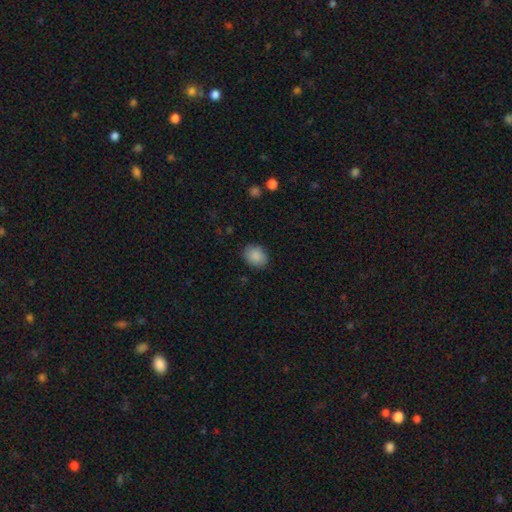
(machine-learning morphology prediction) Overall: smooth (88%). How rounded: round (50%; in between 49%). Merging: none (85%).